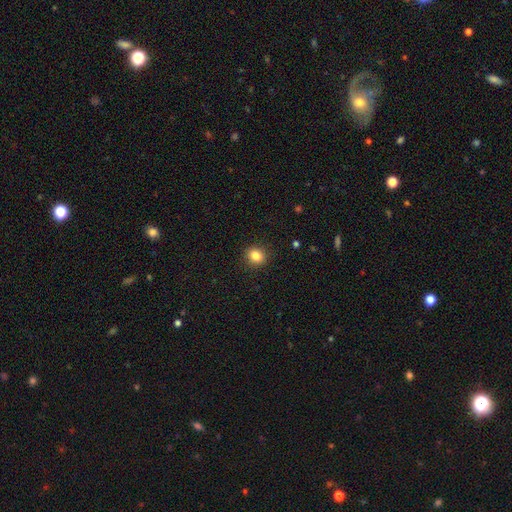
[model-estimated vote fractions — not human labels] smooth_or_featured: smooth (p=0.84) [alt: star or artifact p=0.11]
how_rounded: round (p=0.74) [alt: in between p=0.25]
merging: none (p=0.90) [alt: minor disturbance p=0.07]